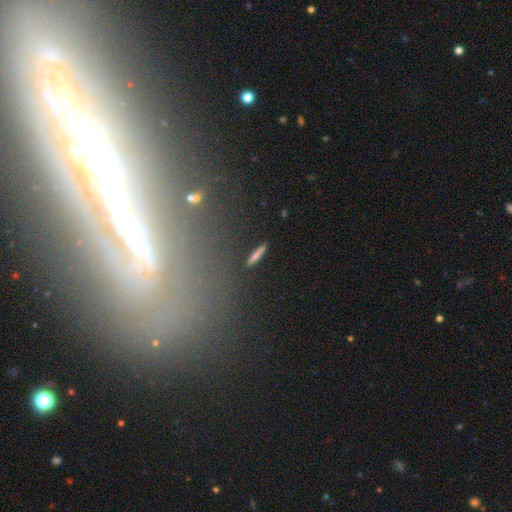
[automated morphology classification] A smooth galaxy with no disk features (38%). Merging: none (80%).